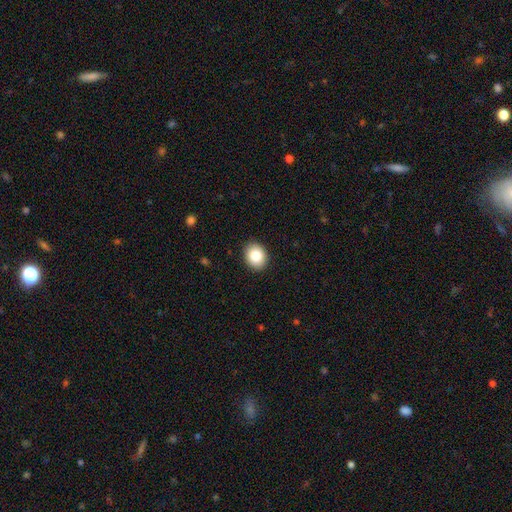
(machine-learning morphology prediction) type=smooth (85%); roundness=in between (52%); merging=none (90%).